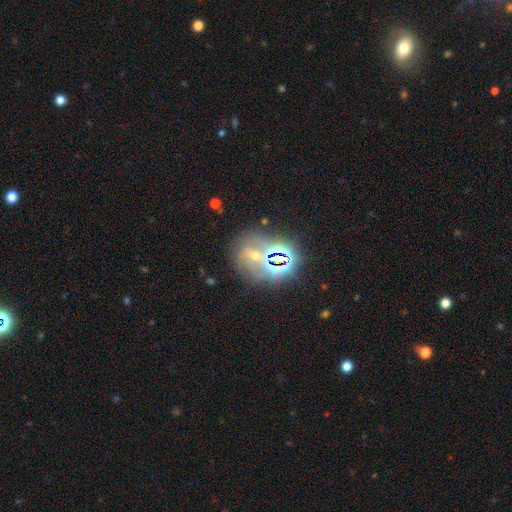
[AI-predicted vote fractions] smooth_or_featured: star or artifact (p=0.50) [alt: featured or disk p=0.34]